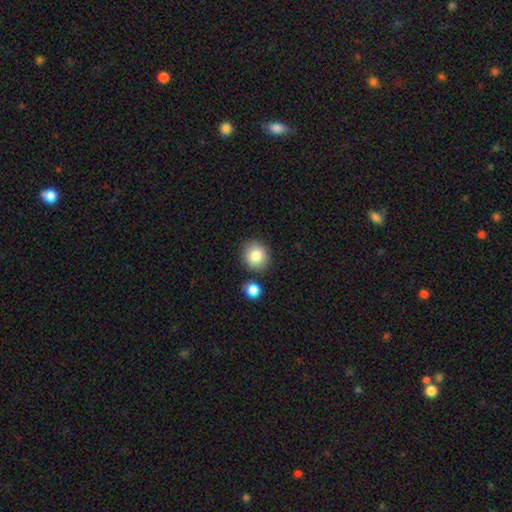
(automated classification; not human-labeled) This is clearly a smooth galaxy (84%). How rounded: clearly round (87%). Merging: clearly none (82%).